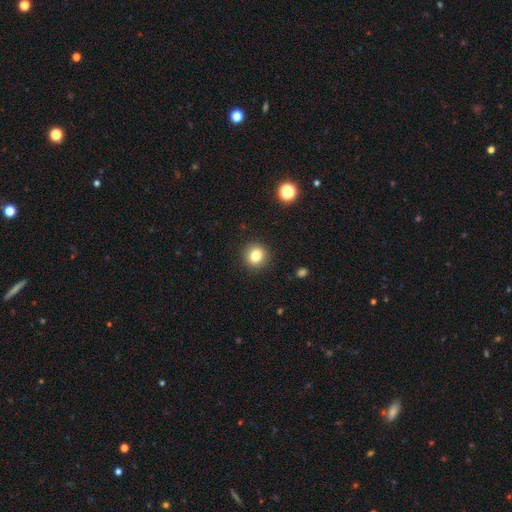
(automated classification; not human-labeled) Morphology: type=smooth (83%); roundness=round (88%); merging=none (90%).